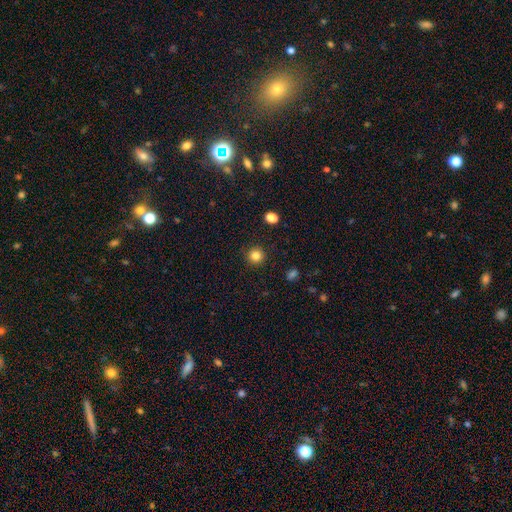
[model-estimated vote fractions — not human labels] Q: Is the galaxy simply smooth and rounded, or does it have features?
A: smooth — 83%.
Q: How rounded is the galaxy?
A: round — 94%.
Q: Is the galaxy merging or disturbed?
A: none — 91%.